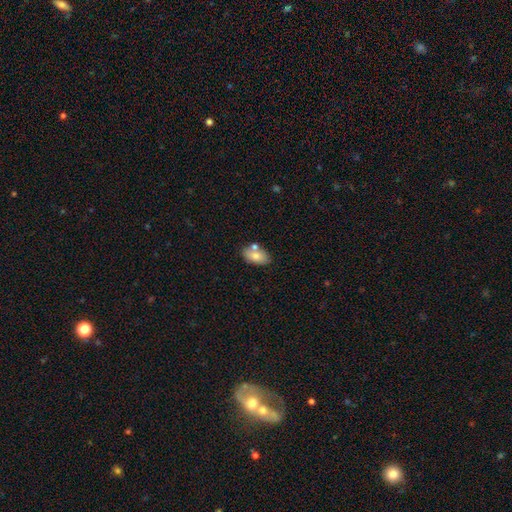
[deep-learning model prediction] Smooth or featured? Predicted: smooth (p=0.76). How rounded? Predicted: in between (p=0.91). Merging? Predicted: none (p=0.65).